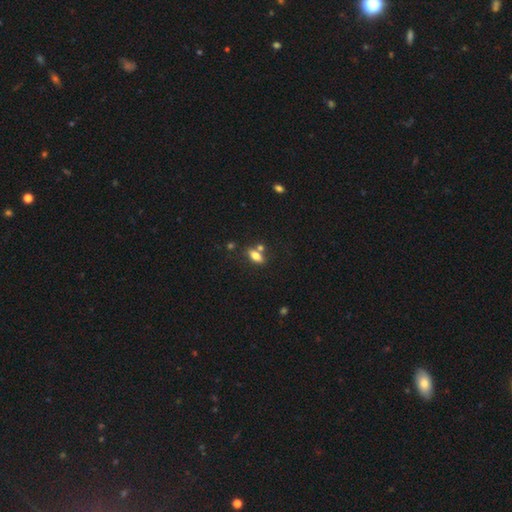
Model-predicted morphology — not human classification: Q: Smooth or featured?
A: smooth (75%); runner-up: featured or disk (16%)
Q: How rounded?
A: in between (80%); runner-up: cigar-shaped (13%)
Q: Merging?
A: none (62%); runner-up: merger (21%)